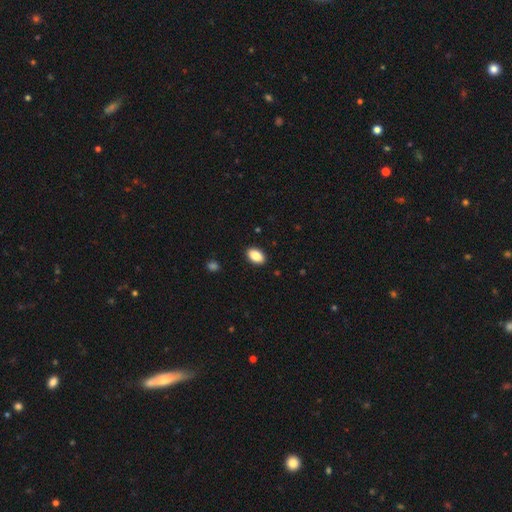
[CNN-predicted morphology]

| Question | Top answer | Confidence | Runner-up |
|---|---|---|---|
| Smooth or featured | smooth | 86% | star or artifact (7%) |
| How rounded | in between | 91% | round (7%) |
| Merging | none | 90% | minor disturbance (7%) |